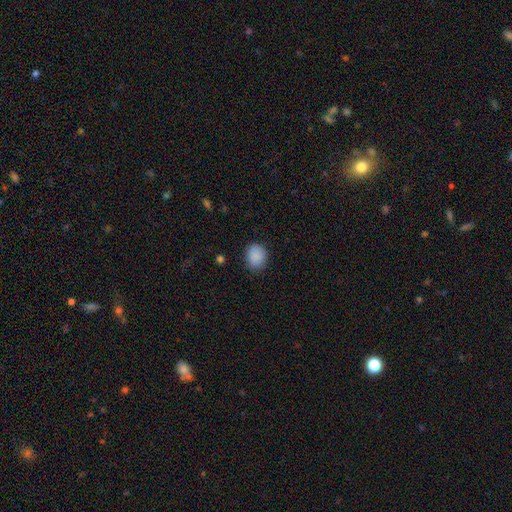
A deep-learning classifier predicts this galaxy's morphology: smooth_or_featured: smooth (p=0.88) [alt: star or artifact p=0.08]
how_rounded: round (p=0.61) [alt: in between p=0.38]
merging: none (p=0.83) [alt: minor disturbance p=0.13]